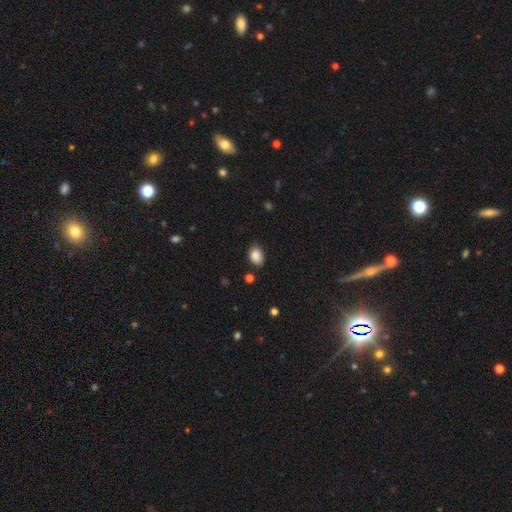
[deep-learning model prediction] Smooth or featured? Predicted: smooth (p=0.87). How rounded? Predicted: in between (p=0.67). Merging? Predicted: none (p=0.81).